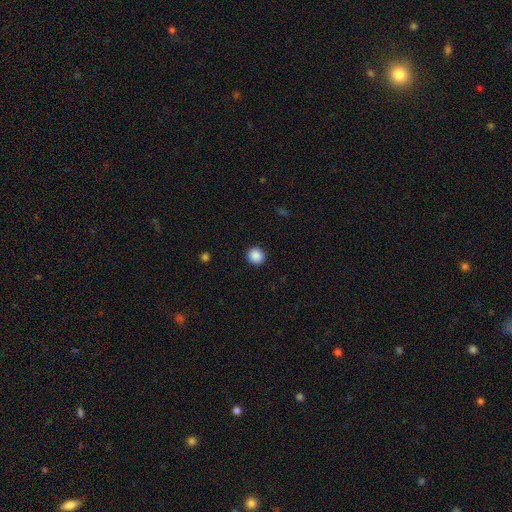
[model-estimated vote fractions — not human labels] Smooth or featured: smooth — 89% (star or artifact — 9%)
How rounded: round — 88% (in between — 11%)
Merging: none — 92% (minor disturbance — 5%)